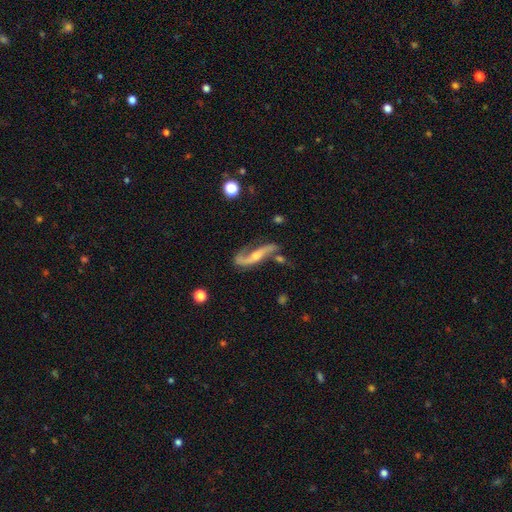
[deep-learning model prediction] featured or disk 83%, smooth 11%, star or artifact 6%. Down the decision tree: edge-on disk — no (80%); bar — no (48%); spiral arms — yes (93%); spiral arm count — 2 (87%); spiral winding — loose (81%); bulge size — small (50%); merging — none (53%).